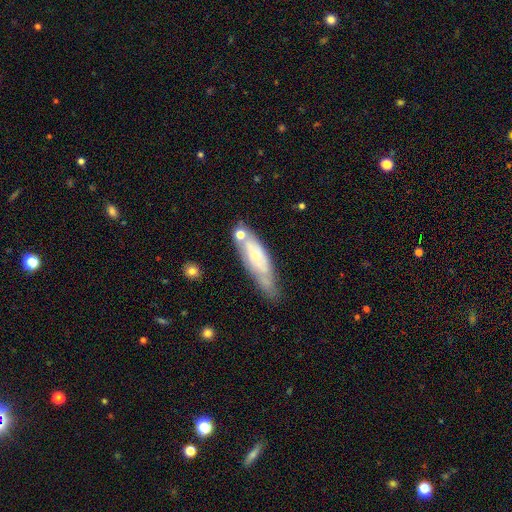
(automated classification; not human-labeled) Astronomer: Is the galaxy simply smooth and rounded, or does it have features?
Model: featured or disk — 56% (runner-up: smooth, 38%).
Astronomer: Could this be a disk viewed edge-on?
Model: no — 70%.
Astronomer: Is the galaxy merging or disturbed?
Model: none — 52%.